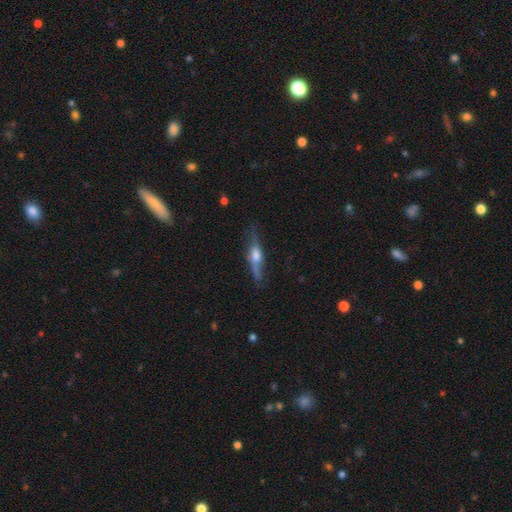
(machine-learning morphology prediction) This is possibly a featured or disk galaxy (60%). It is clearly viewed edge-on (88%). Edge-on bulge: clearly rounded (83%). Merging: likely none (69%).